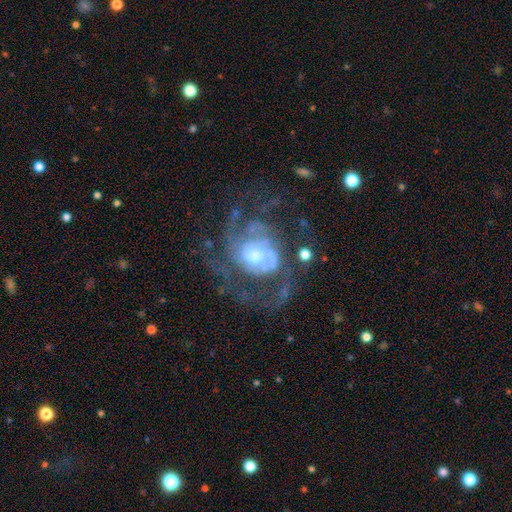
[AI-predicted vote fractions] The model was most divided on "merging": none: 40%, major disturbance: 39%, minor disturbance: 16%, merger: 5%. Remaining: edge-on disk — no (98%); spiral arms — yes (82%); smooth or featured — featured or disk (81%); bar — no (71%); bulge size — moderate (55%); spiral winding — medium (42%); spiral arm count — can't tell (33%).